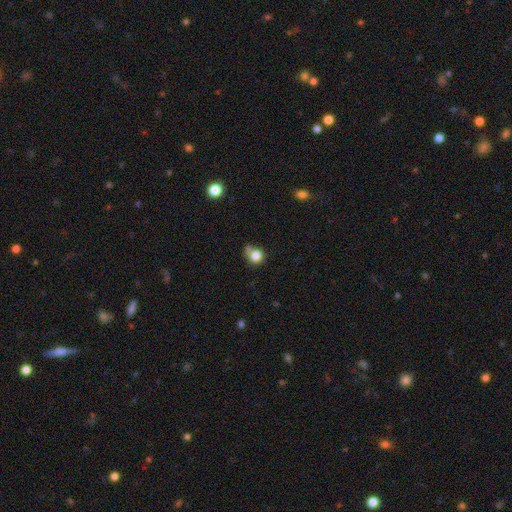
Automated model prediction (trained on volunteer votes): Smooth or featured?
  - smooth: 81% *
  - star or artifact: 11%
  - featured or disk: 8%
How rounded?
  - round: 81% *
  - in between: 18%
  - cigar-shaped: 1%
Merging?
  - none: 51% *
  - minor disturbance: 21%
  - merger: 19%
  - major disturbance: 8%